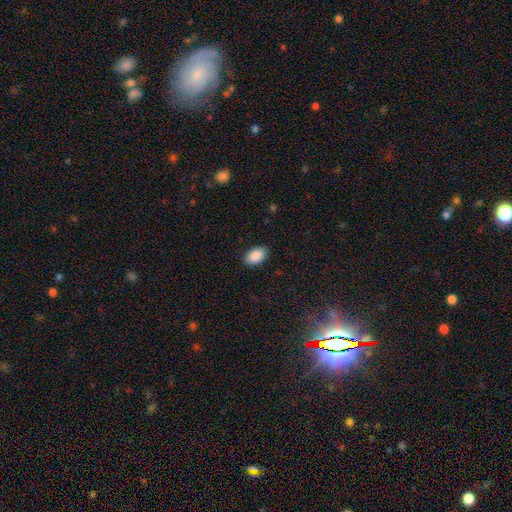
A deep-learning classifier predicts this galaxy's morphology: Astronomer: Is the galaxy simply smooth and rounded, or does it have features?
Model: smooth — 90%.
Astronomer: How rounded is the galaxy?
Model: in between — 91%.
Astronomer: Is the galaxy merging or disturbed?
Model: none — 89%.